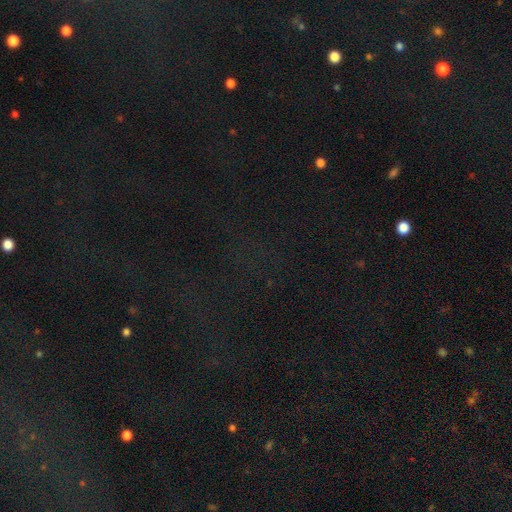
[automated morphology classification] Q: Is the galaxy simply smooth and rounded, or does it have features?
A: star or artifact — 78%.